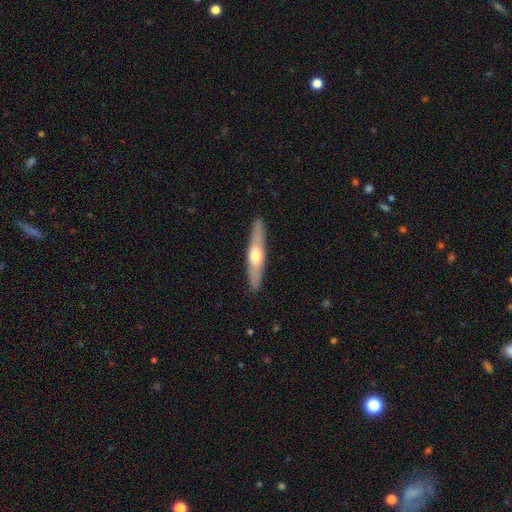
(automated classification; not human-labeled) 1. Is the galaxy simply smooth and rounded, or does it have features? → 51% featured or disk, 44% smooth, 5% star or artifact.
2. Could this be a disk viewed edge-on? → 88% yes, 12% no.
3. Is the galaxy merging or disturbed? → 90% none, 8% minor disturbance, 2% major disturbance, 1% merger.